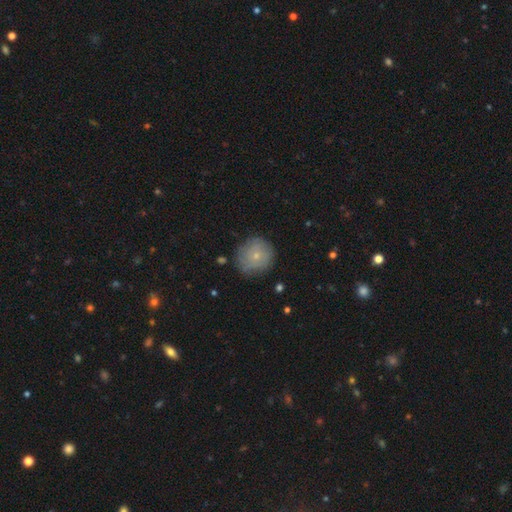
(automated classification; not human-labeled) Morphology: type=smooth (65%); roundness=round (91%); merging=none (74%).